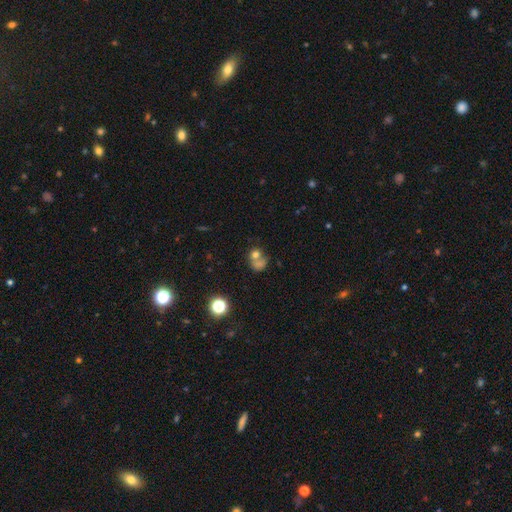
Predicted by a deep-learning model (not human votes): Morphology: type=smooth (63%); roundness=round (70%); merging=merger (50%).